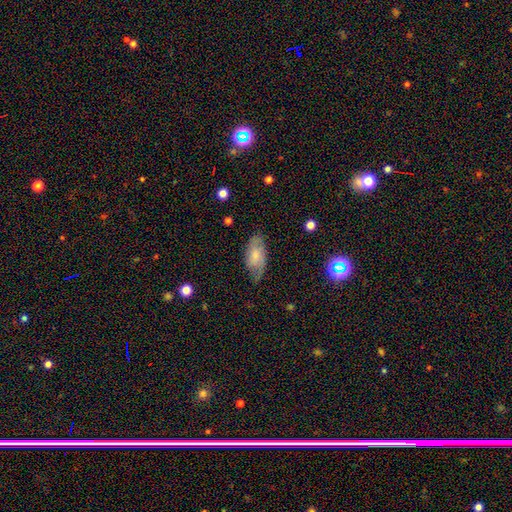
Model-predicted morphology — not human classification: Smooth or featured? Predicted: featured or disk (p=0.47). Merging? Predicted: none (p=0.63).